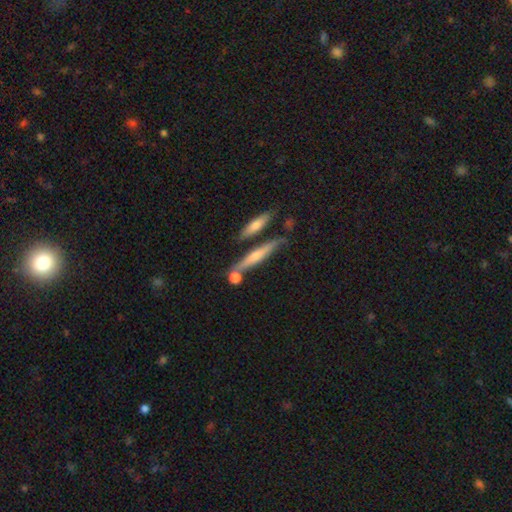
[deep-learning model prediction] Smooth or featured? Predicted: featured or disk (p=0.53). Edge-on disk? Predicted: yes (p=0.93). Merging? Predicted: none (p=0.72).